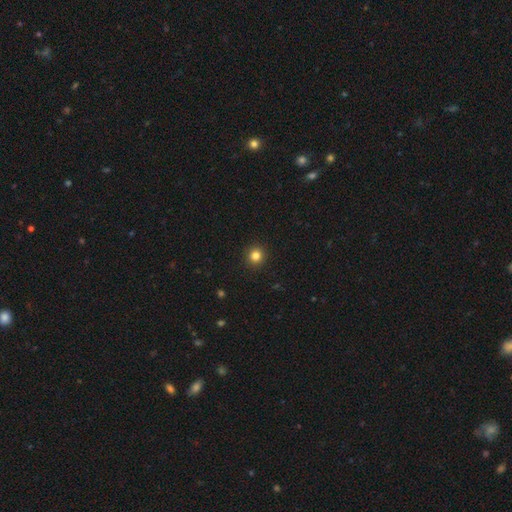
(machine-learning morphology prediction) This appears to be a smooth galaxy with no disk features (83%) that is round (93%). Merging: none (93%).